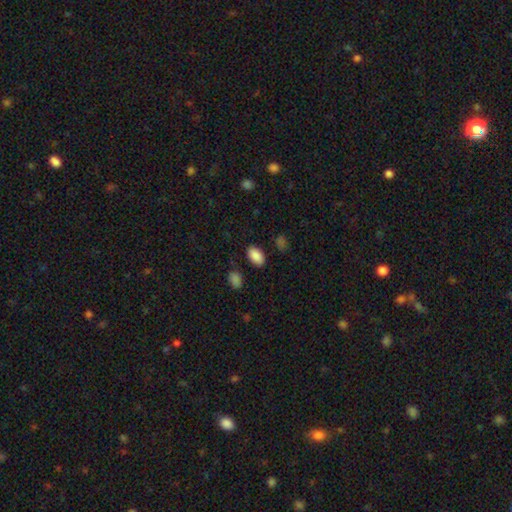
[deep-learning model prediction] This is clearly a smooth galaxy (88%). How rounded: clearly in between (94%). Merging: clearly none (87%).